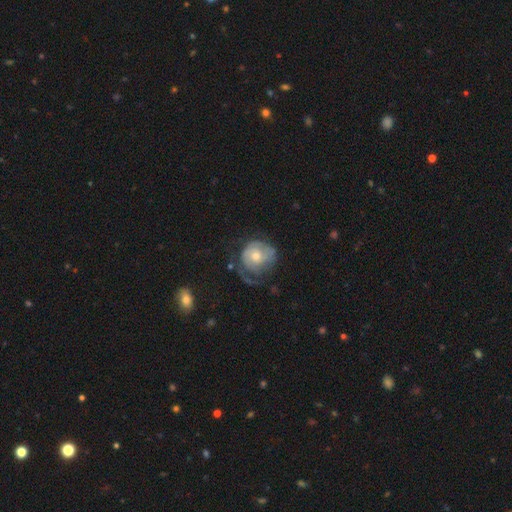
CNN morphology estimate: Smooth or featured? featured or disk (60%)
Edge-on disk? no (97%)
Bar? no (80%)
Spiral arms? yes (73%)
Bulge size? moderate (62%)
Merging? none (41%)